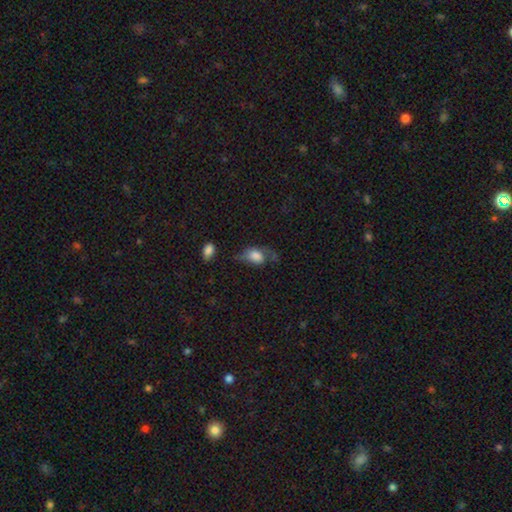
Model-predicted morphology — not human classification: Smooth or featured: smooth — 66% (featured or disk — 25%)
How rounded: in between — 84% (round — 14%)
Merging: major disturbance — 39% (none — 30%)